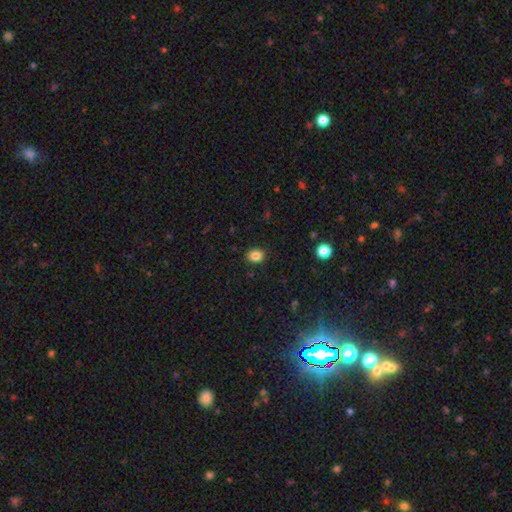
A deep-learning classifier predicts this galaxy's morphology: Smooth or featured? smooth (84%)
How rounded? round (50%)
Merging? none (89%)